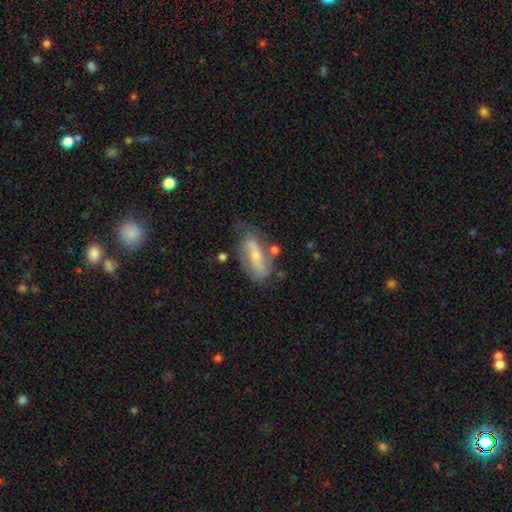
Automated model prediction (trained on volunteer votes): featured or disk 60%, smooth 32%, star or artifact 7%. Down the decision tree: edge-on disk — no (86%); bar — no (36%); spiral arms — yes (72%); bulge size — small (62%); merging — none (52%).